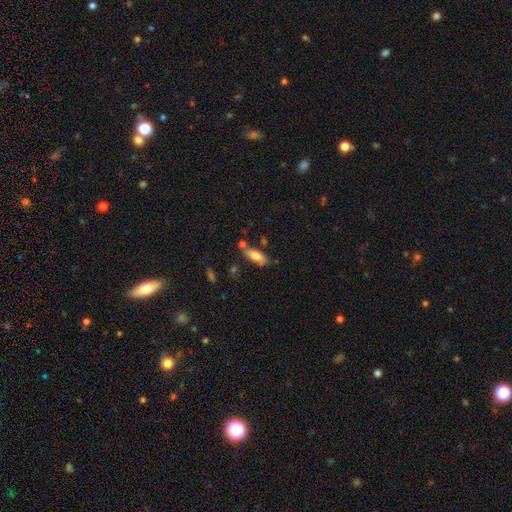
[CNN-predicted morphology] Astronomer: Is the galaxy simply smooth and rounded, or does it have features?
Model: smooth — 70%.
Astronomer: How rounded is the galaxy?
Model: in between — 67%.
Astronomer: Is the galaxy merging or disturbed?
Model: none — 63%.